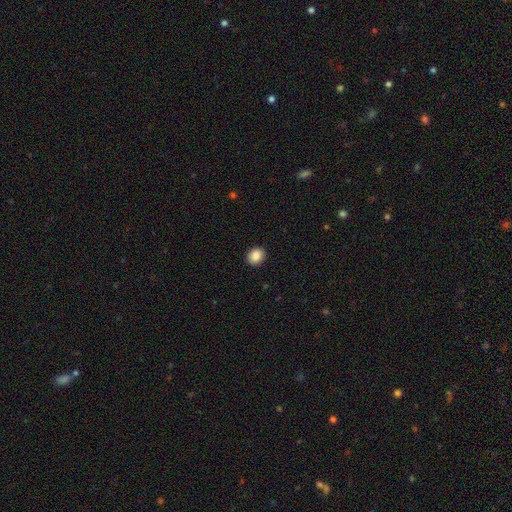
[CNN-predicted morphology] smooth 88%, star or artifact 8%, featured or disk 3%. Down the decision tree: how rounded — round (61%); merging — none (92%).